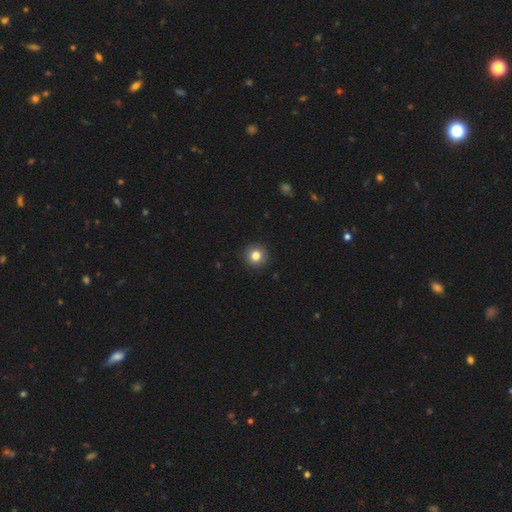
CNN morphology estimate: smooth 83%, star or artifact 11%, featured or disk 7%. Down the decision tree: how rounded — round (95%); merging — none (93%).